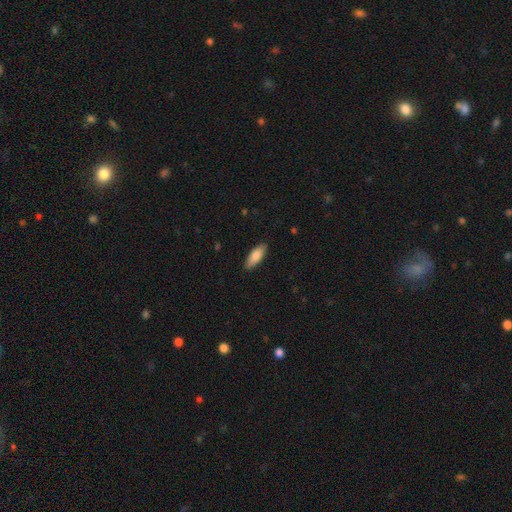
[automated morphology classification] Smooth or featured? smooth (82%)
How rounded? in between (67%)
Merging? none (87%)